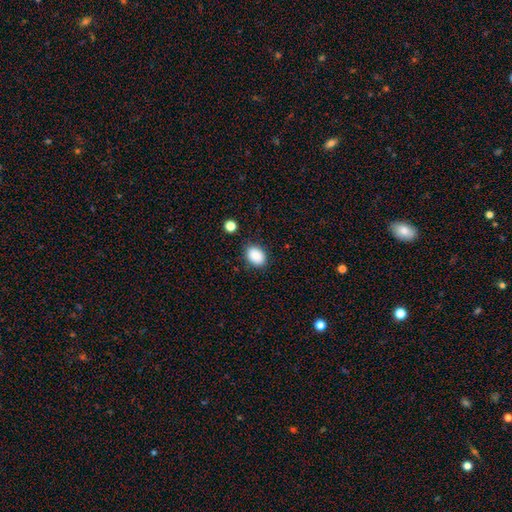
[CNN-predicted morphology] This appears to be a smooth galaxy with no disk features (89%) that is in between round and cigar-shaped (76%). Merging: none (83%).